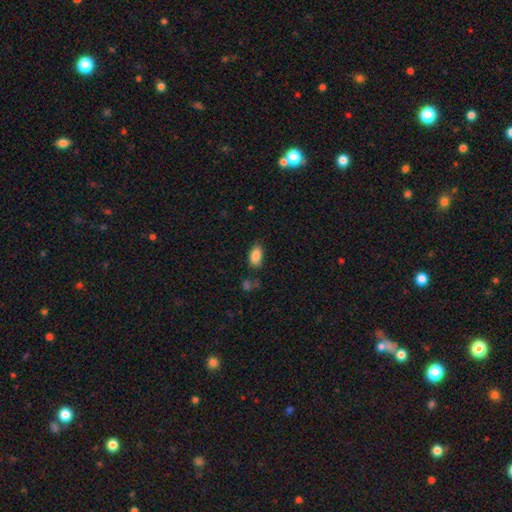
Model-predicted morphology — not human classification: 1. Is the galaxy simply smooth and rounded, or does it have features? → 87% smooth, 8% star or artifact, 5% featured or disk.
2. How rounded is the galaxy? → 92% in between, 5% round, 3% cigar-shaped.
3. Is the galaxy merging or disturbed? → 73% none, 18% minor disturbance, 5% major disturbance, 4% merger.